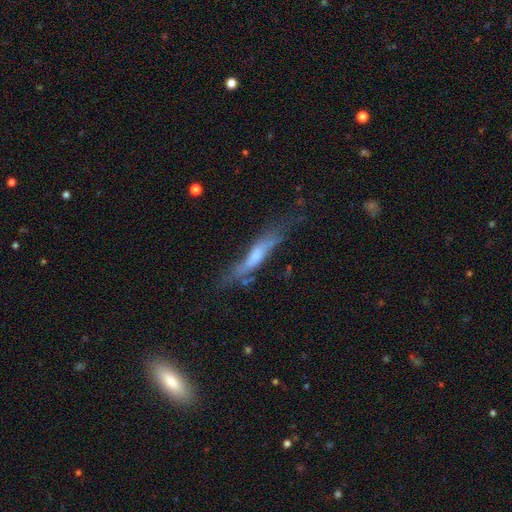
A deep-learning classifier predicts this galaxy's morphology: A featured or disk galaxy (56%) viewed edge-on (70%).

Vote fractions:
- Smooth or featured? featured or disk: 56% / smooth: 36% / star or artifact: 8%
- Edge-on disk? yes: 70% / no: 30%
- Merging? none: 49% / minor disturbance: 28% / major disturbance: 18% / merger: 5%